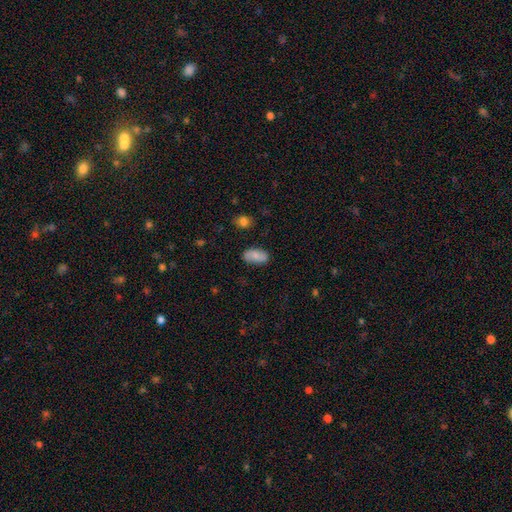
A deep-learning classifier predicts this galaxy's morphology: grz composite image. It shows a smooth galaxy with no disk features (78%) that is in between round and cigar-shaped (93%). Merging: none (79%).